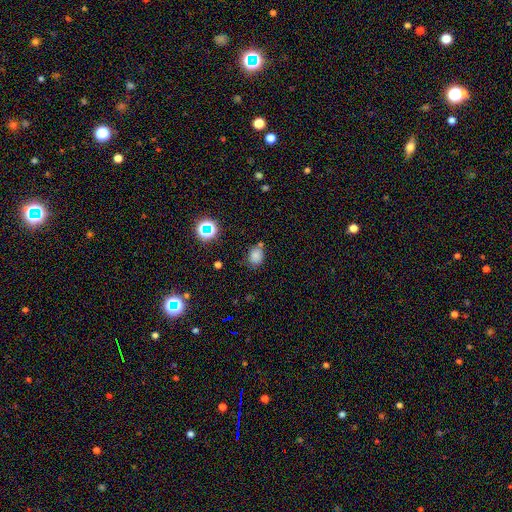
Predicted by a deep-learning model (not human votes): Smooth or featured?
  - smooth: 76% *
  - star or artifact: 16%
  - featured or disk: 7%
How rounded?
  - in between: 57% *
  - round: 42%
  - cigar-shaped: 1%
Merging?
  - none: 68% *
  - minor disturbance: 19%
  - merger: 8%
  - major disturbance: 4%